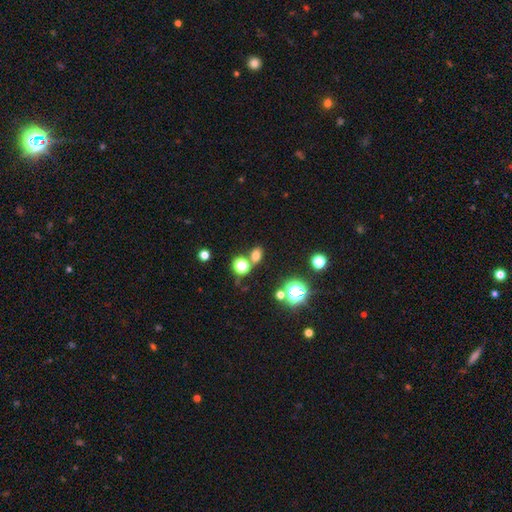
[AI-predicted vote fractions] The model was most divided on "how rounded": in between: 60%, round: 38%, cigar-shaped: 2%. More confident: merging — none (68%); smooth or featured — smooth (68%).